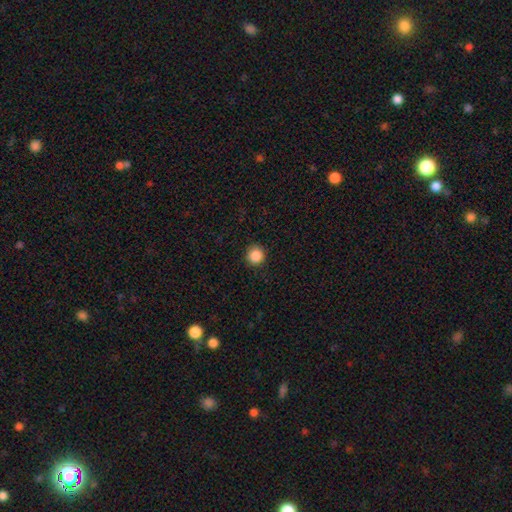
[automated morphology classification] A smooth galaxy with no disk features (88%) that is round (94%).

Vote fractions:
- Smooth or featured? smooth: 88% / star or artifact: 10% / featured or disk: 3%
- How rounded? round: 94% / in between: 5% / cigar-shaped: 1%
- Merging? none: 91% / minor disturbance: 6% / major disturbance: 2% / merger: 1%